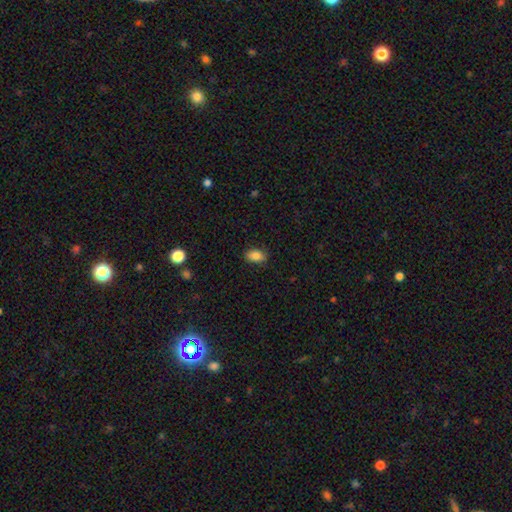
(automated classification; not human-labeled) This appears to be a smooth galaxy with no disk features (85%) that is in between round and cigar-shaped (88%). Merging: none (86%).